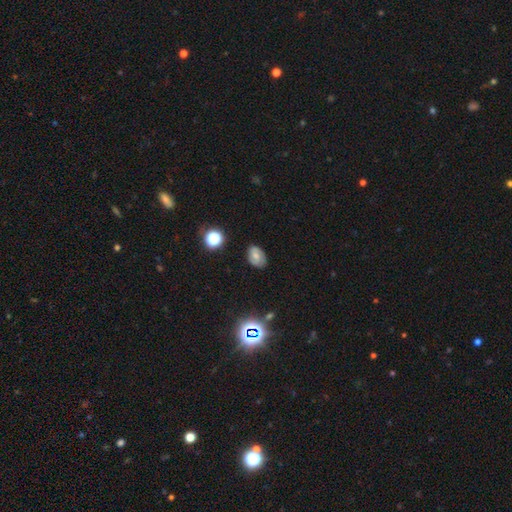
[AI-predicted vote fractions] smooth 46%, featured or disk 39%, star or artifact 15%. Down the decision tree: merging — none (76%).